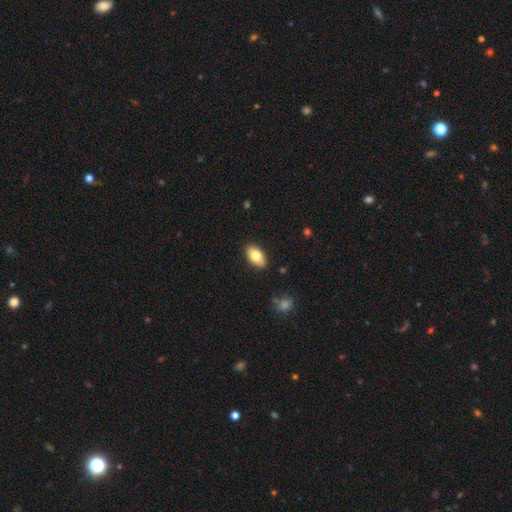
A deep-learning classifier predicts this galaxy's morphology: smooth_or_featured: smooth (p=0.78) [alt: featured or disk p=0.16]
how_rounded: in between (p=0.93) [alt: round p=0.05]
merging: none (p=0.88) [alt: minor disturbance p=0.09]